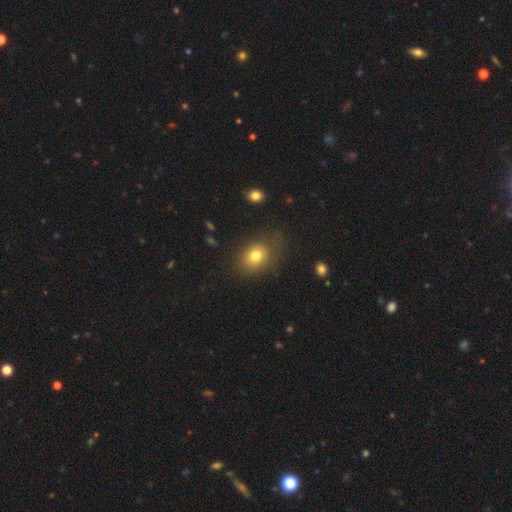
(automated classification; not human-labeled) smooth-or-featured: smooth: 77% | featured or disk: 12% | star or artifact: 11%
  how-rounded: in between: 58% | round: 41% | cigar-shaped: 1%
  merging: none: 68% | minor disturbance: 20% | major disturbance: 10% | merger: 2%